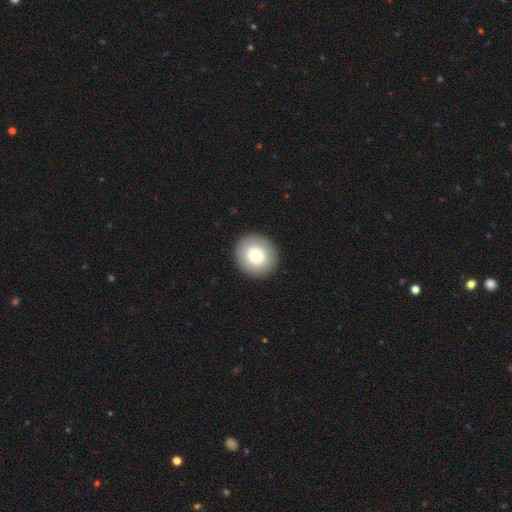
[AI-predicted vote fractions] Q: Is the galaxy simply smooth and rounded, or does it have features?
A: smooth — 80%.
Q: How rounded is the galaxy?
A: round — 91%.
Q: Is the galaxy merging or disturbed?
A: none — 91%.